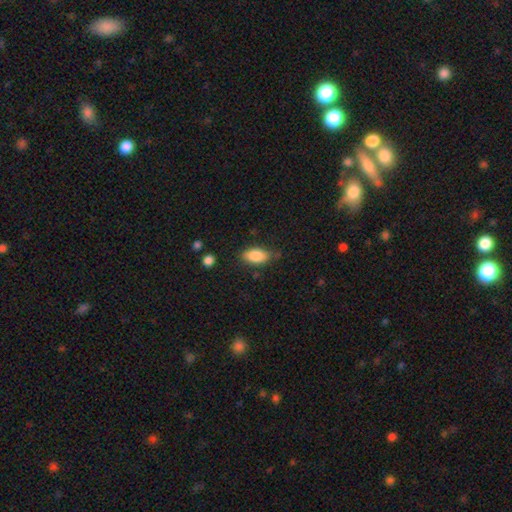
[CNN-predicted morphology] Q: Smooth or featured?
A: smooth (85%); runner-up: featured or disk (8%)
Q: How rounded?
A: in between (90%); runner-up: cigar-shaped (6%)
Q: Merging?
A: none (73%); runner-up: minor disturbance (20%)